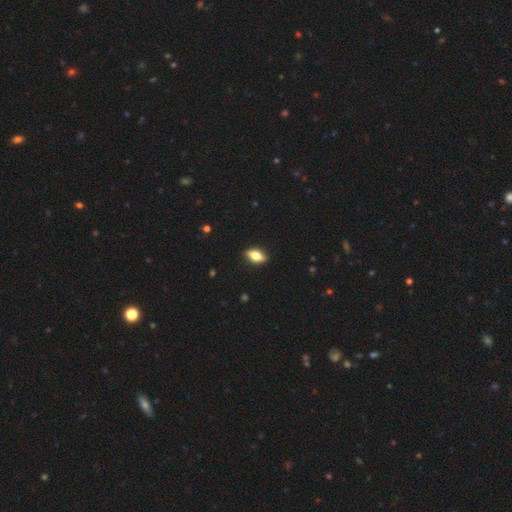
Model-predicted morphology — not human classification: type=smooth (69%); roundness=in between (84%); merging=none (89%).